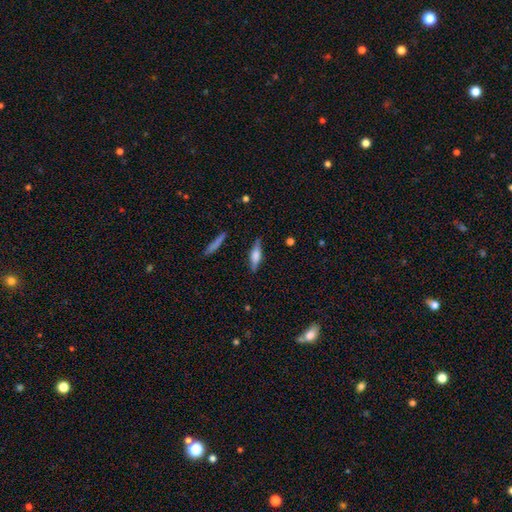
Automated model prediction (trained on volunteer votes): This is possibly a smooth galaxy (48%). Merging: clearly none (84%).